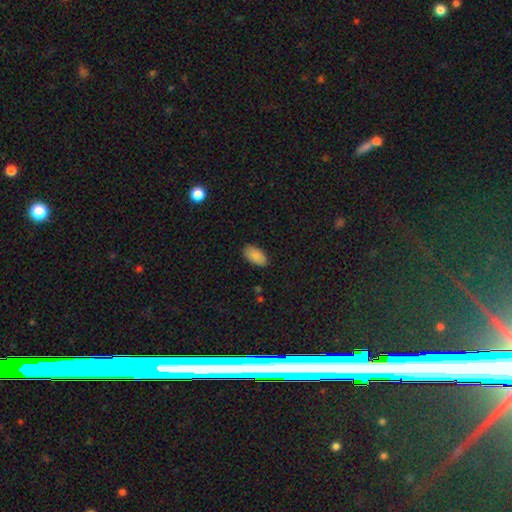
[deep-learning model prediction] This is clearly a smooth galaxy (88%). How rounded: clearly in between (95%). Merging: clearly none (87%).